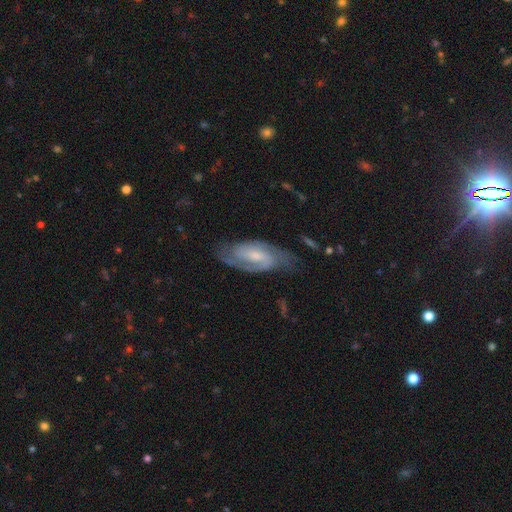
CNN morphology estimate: Overall: featured or disk (85%). Edge-on disk: no (95%). Bar: weak (48%; no 37%). Spiral arms: yes (97%). Spiral arm count: 2 (85%). Spiral winding: medium (47%; tight 41%). Bulge size: small (48%; moderate 38%). Merging: none (72%).